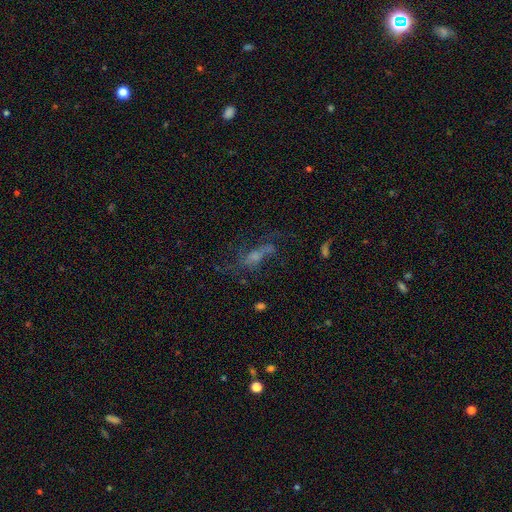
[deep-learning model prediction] smooth-or-featured: featured or disk: 54% | smooth: 23% | star or artifact: 23%
  disk-edge-on: no: 83% | yes: 17%
  merging: none: 48% | major disturbance: 30% | minor disturbance: 17% | merger: 5%